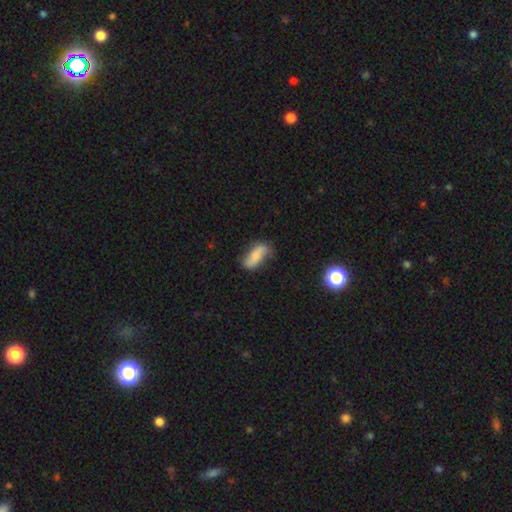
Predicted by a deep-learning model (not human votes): smooth_or_featured: smooth (p=0.55) [alt: featured or disk p=0.37]
how_rounded: in between (p=0.71) [alt: cigar-shaped p=0.26]
merging: none (p=0.67) [alt: minor disturbance p=0.24]